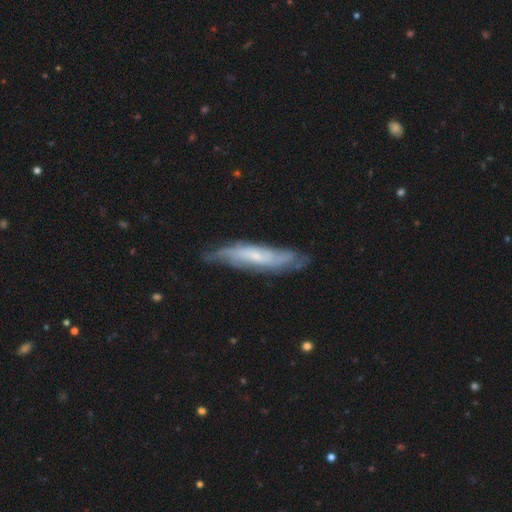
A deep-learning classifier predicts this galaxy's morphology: This is likely a featured or disk galaxy (69%). It is possibly not viewed edge-on (59%). Merging: likely none (71%).